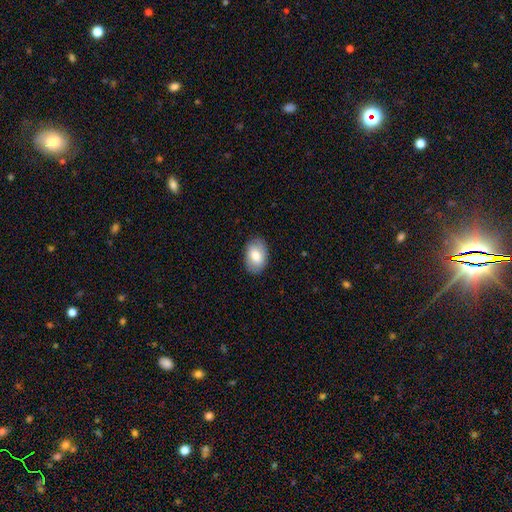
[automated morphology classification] The model was most divided on "smooth or featured": smooth: 74%, featured or disk: 20%, star or artifact: 6%. More confident: how rounded — in between (88%); merging — none (85%).